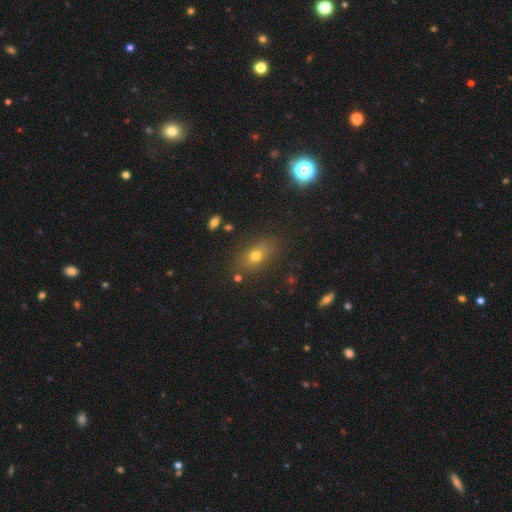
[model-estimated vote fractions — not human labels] Q: Smooth or featured?
A: smooth (68%); runner-up: star or artifact (17%)
Q: How rounded?
A: in between (71%); runner-up: round (24%)
Q: Merging?
A: none (81%); runner-up: minor disturbance (12%)